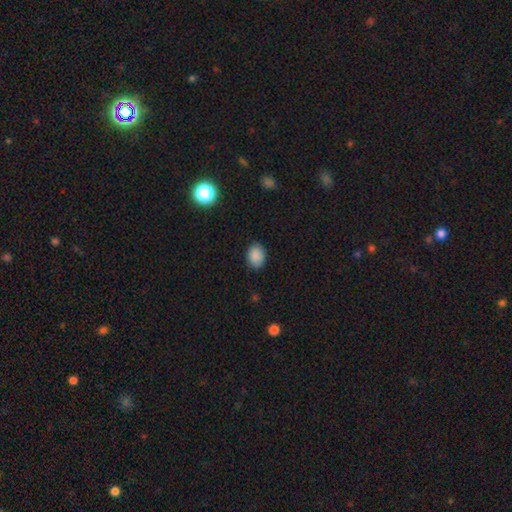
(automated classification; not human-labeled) This appears to be a smooth galaxy with no disk features (87%) that is in between round and cigar-shaped (64%). Merging: none (84%).